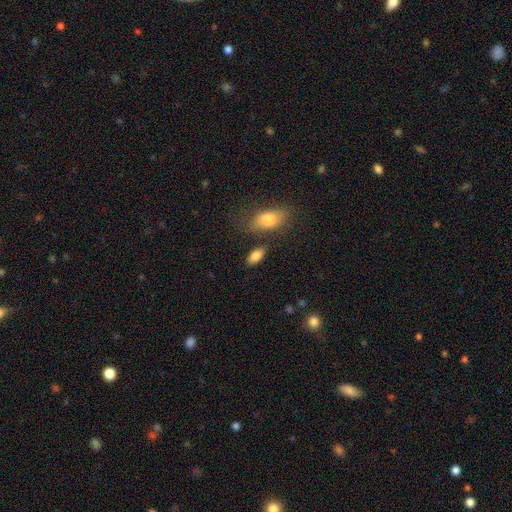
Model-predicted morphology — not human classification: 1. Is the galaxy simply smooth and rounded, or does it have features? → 84% smooth, 9% featured or disk, 8% star or artifact.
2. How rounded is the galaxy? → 88% in between, 7% cigar-shaped, 4% round.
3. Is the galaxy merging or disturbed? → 77% none, 12% minor disturbance, 7% merger, 4% major disturbance.